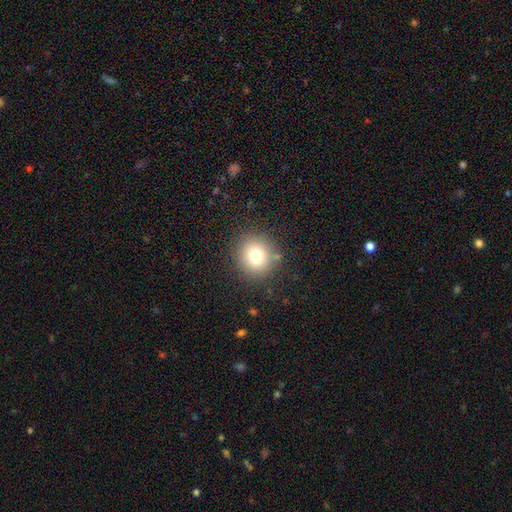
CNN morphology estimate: Smooth or featured: smooth — 75% (star or artifact — 14%)
How rounded: round — 91% (in between — 8%)
Merging: none — 86% (minor disturbance — 8%)